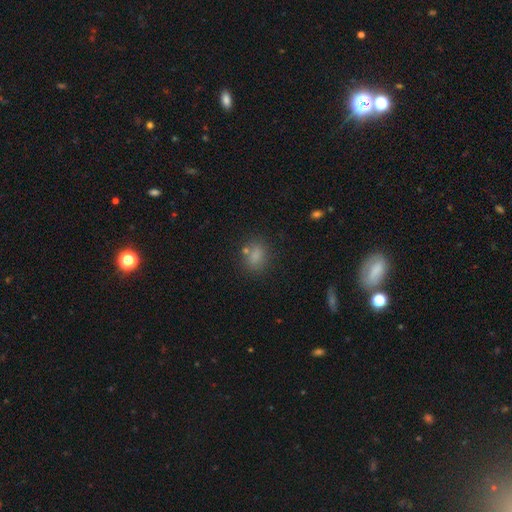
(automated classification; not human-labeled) Smooth or featured? smooth (78%)
How rounded? in between (59%)
Merging? none (72%)